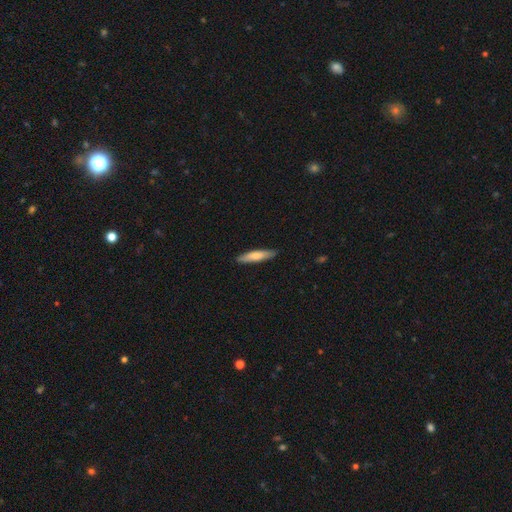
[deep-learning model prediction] smooth 72%, featured or disk 22%, star or artifact 5%. Down the decision tree: how rounded — cigar-shaped (85%); merging — none (89%).